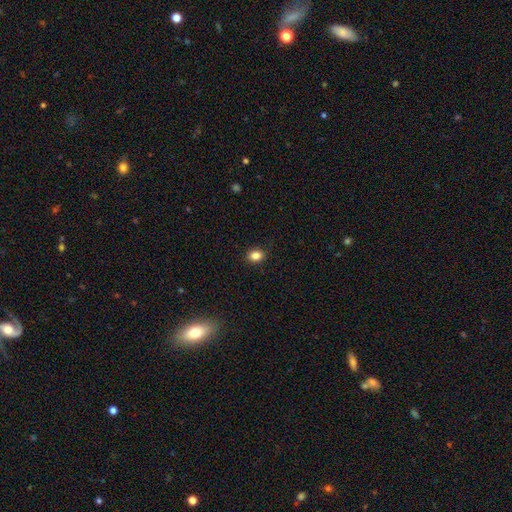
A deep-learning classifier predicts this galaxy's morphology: The model was most divided on "how rounded": in between: 67%, round: 32%, cigar-shaped: 1%. More confident: merging — none (89%); smooth or featured — smooth (85%).